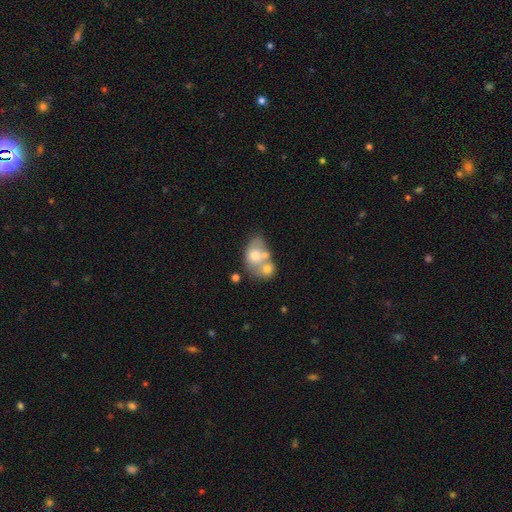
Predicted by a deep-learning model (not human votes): This appears to be a smooth galaxy with no disk features (60%) that is in between round and cigar-shaped (73%). Merging: merger (63%).